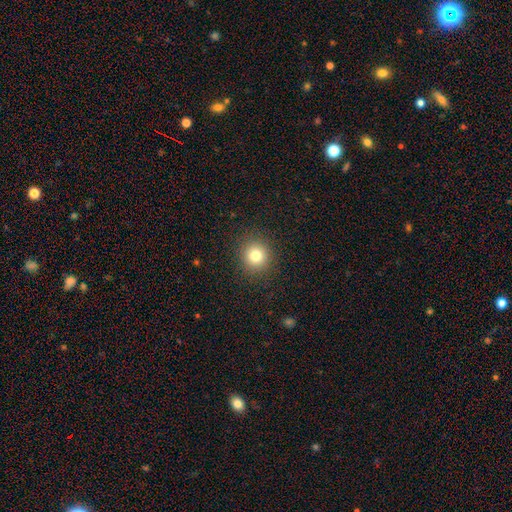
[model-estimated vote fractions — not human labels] Smooth or featured? Predicted: smooth (p=0.80). How rounded? Predicted: round (p=0.90). Merging? Predicted: none (p=0.90).